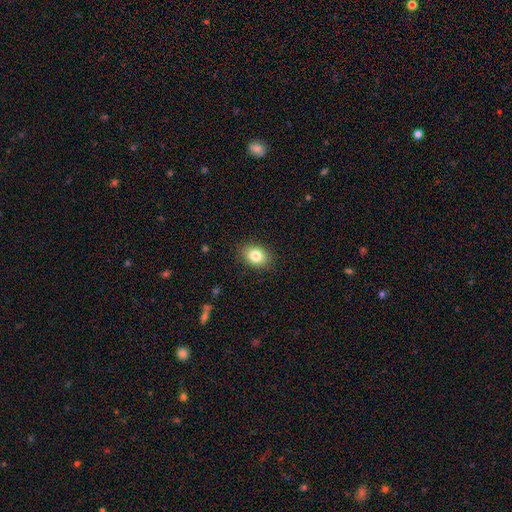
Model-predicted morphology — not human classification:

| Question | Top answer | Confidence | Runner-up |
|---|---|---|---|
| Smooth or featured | smooth | 83% | star or artifact (9%) |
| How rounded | in between | 67% | round (32%) |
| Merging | none | 87% | minor disturbance (9%) |